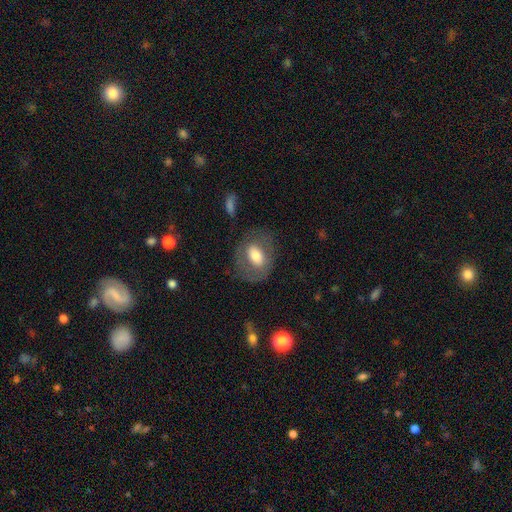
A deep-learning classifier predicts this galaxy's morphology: type=smooth (58%); roundness=in between (69%); merging=none (70%).